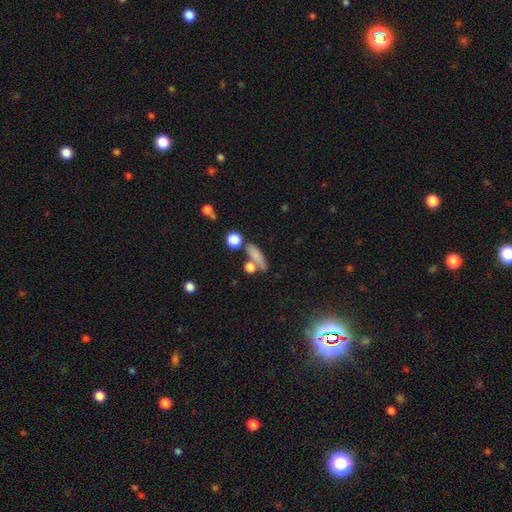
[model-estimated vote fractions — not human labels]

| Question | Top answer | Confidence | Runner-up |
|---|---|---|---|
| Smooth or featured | smooth | 76% | featured or disk (13%) |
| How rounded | cigar-shaped | 46% | in between (41%) |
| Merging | none | 58% | merger (20%) |